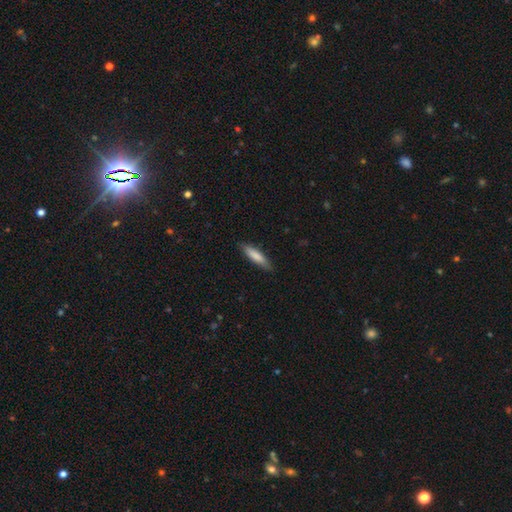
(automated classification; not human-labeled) This appears to be a smooth galaxy with no disk features (81%) that is cigar-shaped (73%). Merging: none (85%).